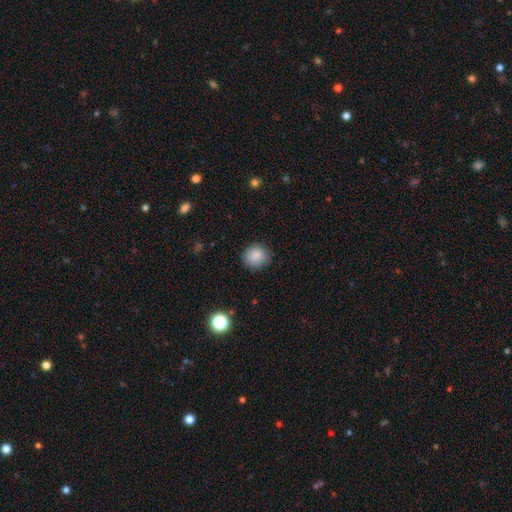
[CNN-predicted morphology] Overall: smooth (87%). How rounded: round (85%). Merging: none (87%).